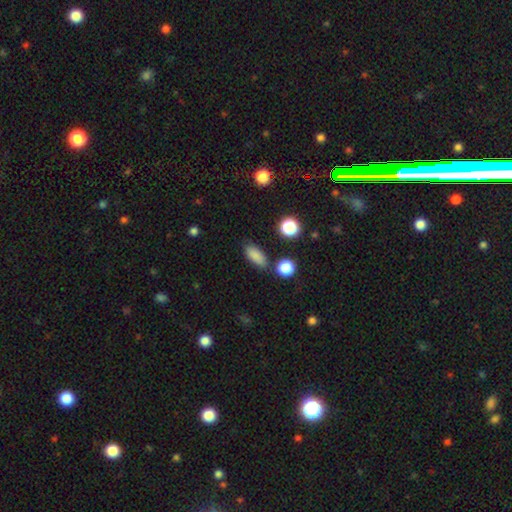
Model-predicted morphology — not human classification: This appears to be a smooth galaxy with no disk features (84%) that is in between round and cigar-shaped (77%). Merging: none (79%).